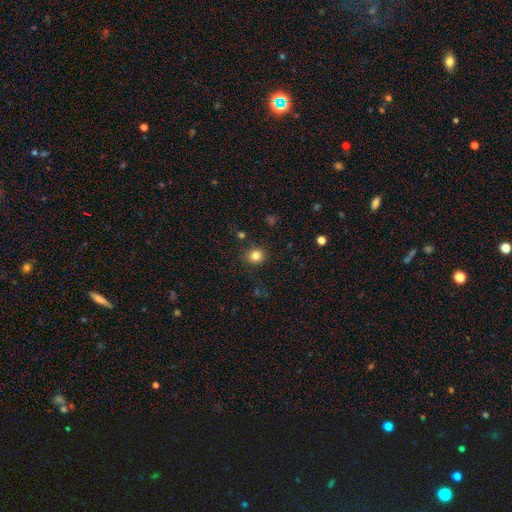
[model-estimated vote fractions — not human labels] smooth 83%, star or artifact 12%, featured or disk 5%. Down the decision tree: how rounded — round (88%); merging — none (86%).